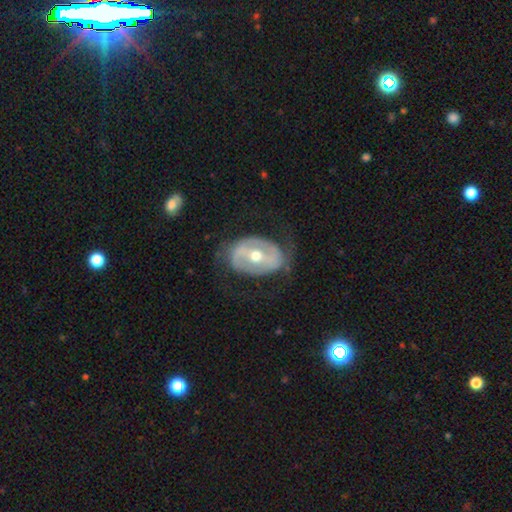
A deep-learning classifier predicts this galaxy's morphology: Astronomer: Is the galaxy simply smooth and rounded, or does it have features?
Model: featured or disk — 76%.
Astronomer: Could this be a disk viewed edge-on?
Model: no — 95%.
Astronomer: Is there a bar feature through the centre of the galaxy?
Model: strong — 45% (runner-up: weak, 33%).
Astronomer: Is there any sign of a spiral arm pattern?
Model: yes — 59% (runner-up: no, 41%).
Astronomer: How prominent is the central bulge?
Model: moderate — 73%.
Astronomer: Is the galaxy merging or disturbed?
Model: none — 65%.